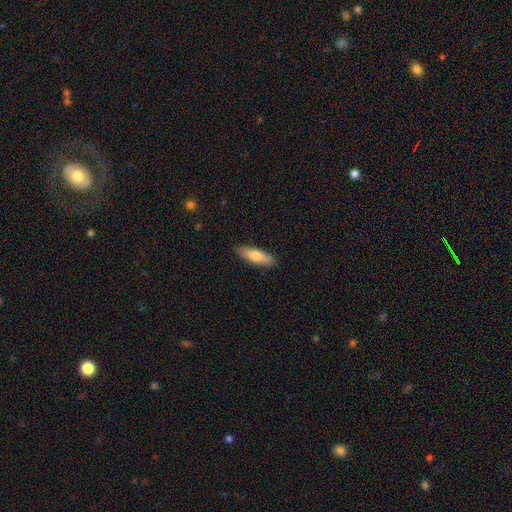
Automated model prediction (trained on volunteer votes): Smooth or featured? Predicted: smooth (p=0.73). How rounded? Predicted: cigar-shaped (p=0.53). Merging? Predicted: none (p=0.89).